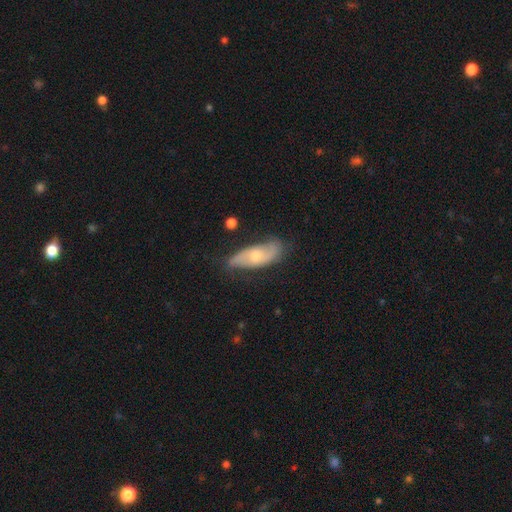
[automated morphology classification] smooth-or-featured: featured or disk: 57% | smooth: 36% | star or artifact: 7%
  disk-edge-on: no: 82% | yes: 18%
  merging: none: 67% | minor disturbance: 25% | major disturbance: 6% | merger: 2%